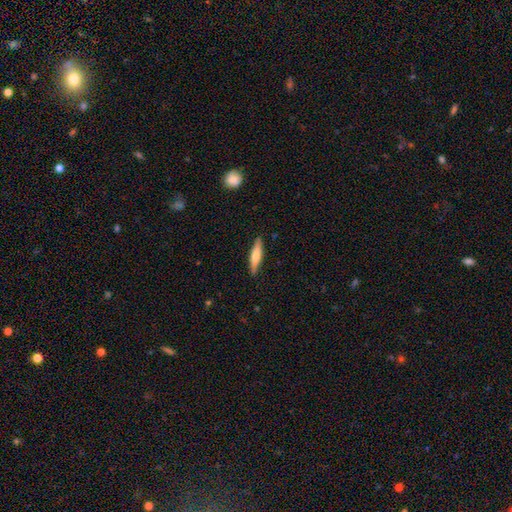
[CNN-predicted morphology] type=smooth (57%); roundness=cigar-shaped (80%); merging=none (88%).